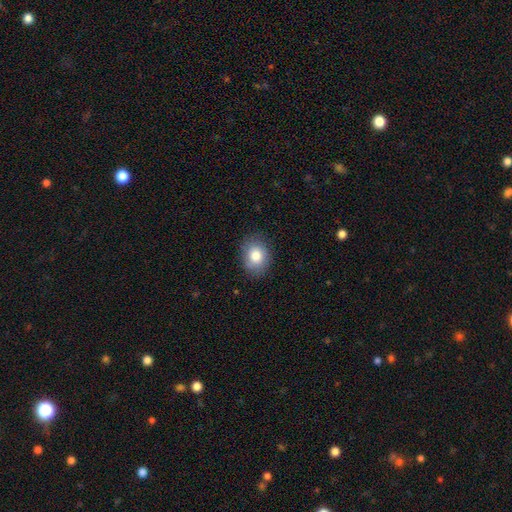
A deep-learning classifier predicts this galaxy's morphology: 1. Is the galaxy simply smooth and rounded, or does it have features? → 81% smooth, 10% featured or disk, 9% star or artifact.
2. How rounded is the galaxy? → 54% in between, 45% round, 1% cigar-shaped.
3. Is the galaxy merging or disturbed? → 83% none, 13% minor disturbance, 3% major disturbance, 1% merger.